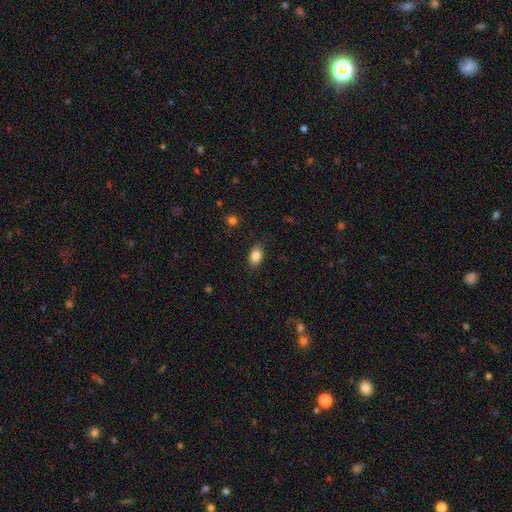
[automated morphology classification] The model was most divided on "how rounded": in between: 87%, round: 12%, cigar-shaped: 2%. More confident: smooth or featured — smooth (86%); merging — none (86%).